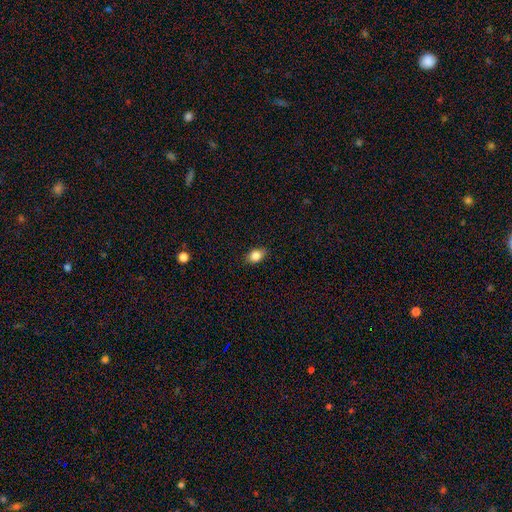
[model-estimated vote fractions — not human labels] Smooth or featured?
  - smooth: 84% *
  - star or artifact: 9%
  - featured or disk: 7%
How rounded?
  - in between: 74% *
  - round: 24%
  - cigar-shaped: 2%
Merging?
  - none: 83% *
  - minor disturbance: 13%
  - major disturbance: 2%
  - merger: 1%